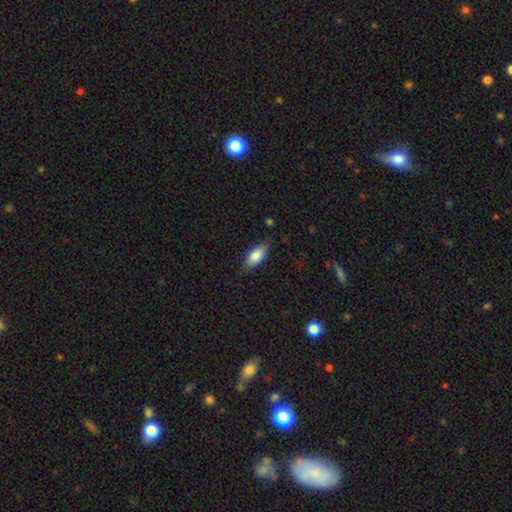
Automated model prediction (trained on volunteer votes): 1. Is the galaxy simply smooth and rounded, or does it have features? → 81% smooth, 13% featured or disk, 6% star or artifact.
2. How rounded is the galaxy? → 82% in between, 16% cigar-shaped, 2% round.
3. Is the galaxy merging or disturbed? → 79% none, 17% minor disturbance, 3% major disturbance, 1% merger.